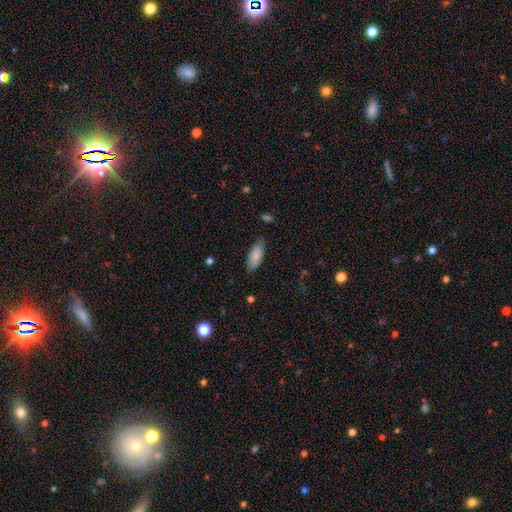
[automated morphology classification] Q: Smooth or featured?
A: smooth (85%); runner-up: featured or disk (9%)
Q: How rounded?
A: in between (79%); runner-up: cigar-shaped (19%)
Q: Merging?
A: none (77%); runner-up: minor disturbance (18%)